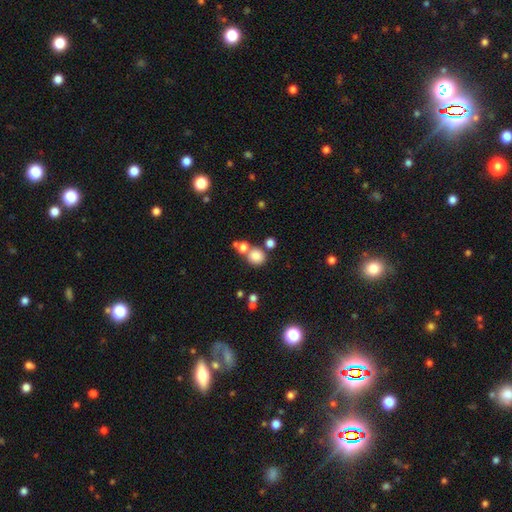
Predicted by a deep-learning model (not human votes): Morphology: type=smooth (80%); roundness=round (86%); merging=none (61%).